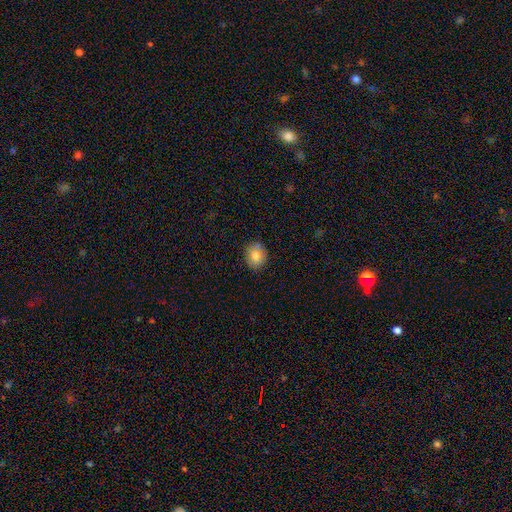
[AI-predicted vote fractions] Smooth or featured?
  - smooth: 82% *
  - featured or disk: 9%
  - star or artifact: 9%
How rounded?
  - round: 68% *
  - in between: 32%
  - cigar-shaped: 1%
Merging?
  - none: 84% *
  - minor disturbance: 12%
  - major disturbance: 2%
  - merger: 2%